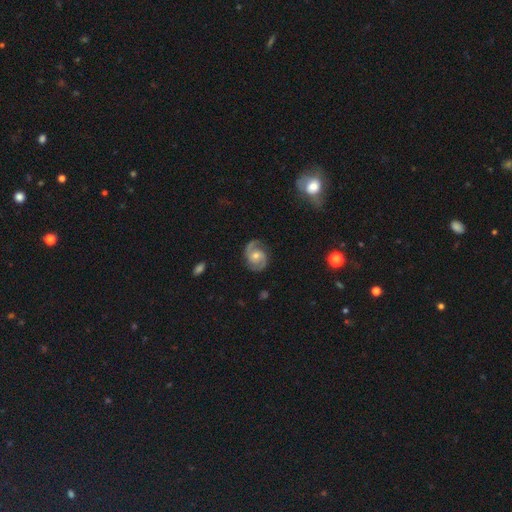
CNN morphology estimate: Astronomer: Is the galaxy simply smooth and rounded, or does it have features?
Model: featured or disk — 88%.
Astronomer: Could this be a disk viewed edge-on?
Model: no — 98%.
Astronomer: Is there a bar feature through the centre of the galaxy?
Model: no — 63%.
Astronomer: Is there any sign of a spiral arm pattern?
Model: yes — 98%.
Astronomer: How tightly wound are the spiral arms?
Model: medium — 55% (runner-up: tight, 30%).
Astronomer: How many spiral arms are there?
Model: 2 — 93%.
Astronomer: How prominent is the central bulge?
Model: moderate — 55% (runner-up: small, 40%).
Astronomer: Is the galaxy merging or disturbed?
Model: none — 82%.